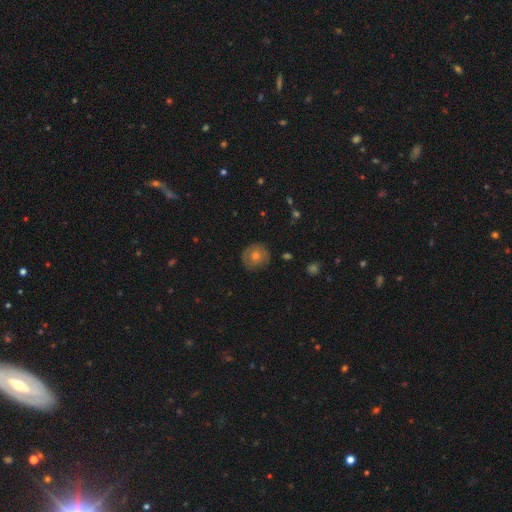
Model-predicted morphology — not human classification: The model was most divided on "smooth or featured": smooth: 49%, featured or disk: 39%, star or artifact: 12%. More confident: merging — none (82%).